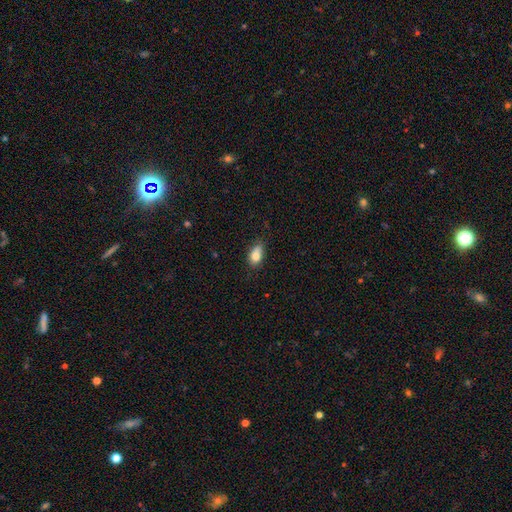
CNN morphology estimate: The model was most divided on "merging": none: 61%, minor disturbance: 30%, major disturbance: 6%, merger: 3%. More confident: how rounded — in between (85%); smooth or featured — smooth (81%).